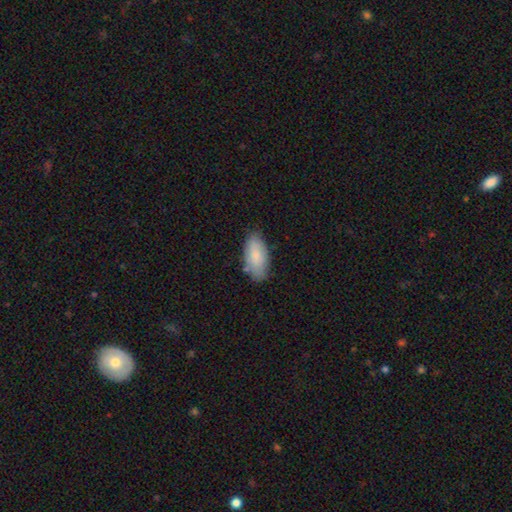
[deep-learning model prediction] A smooth galaxy with no disk features (82%) that is in between round and cigar-shaped (93%).

Vote fractions:
- Smooth or featured? smooth: 82% / featured or disk: 12% / star or artifact: 6%
- How rounded? in between: 93% / cigar-shaped: 4% / round: 2%
- Merging? none: 76% / minor disturbance: 18% / major disturbance: 3% / merger: 3%